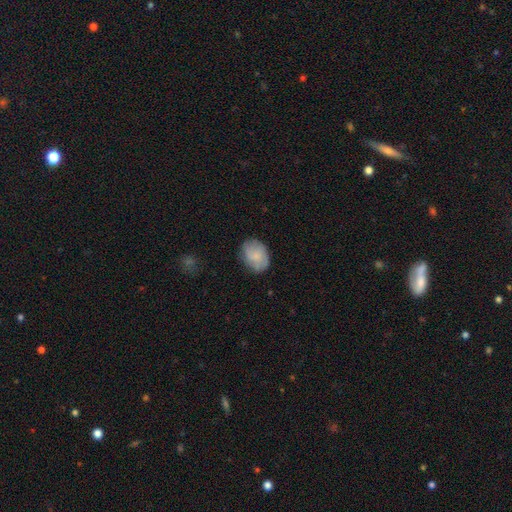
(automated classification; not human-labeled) Morphology: type=smooth (70%); roundness=in between (66%); merging=none (74%).